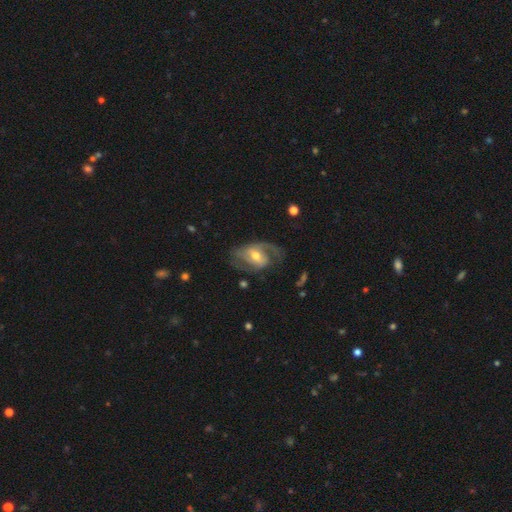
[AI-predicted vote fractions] Smooth or featured? Predicted: featured or disk (p=0.79). Edge-on disk? Predicted: no (p=0.96). Bar? Predicted: weak (p=0.44). Spiral arms? Predicted: yes (p=0.90). Spiral winding? Predicted: medium (p=0.47). Spiral arm count? Predicted: 2 (p=0.65). Bulge size? Predicted: moderate (p=0.65). Merging? Predicted: none (p=0.57).